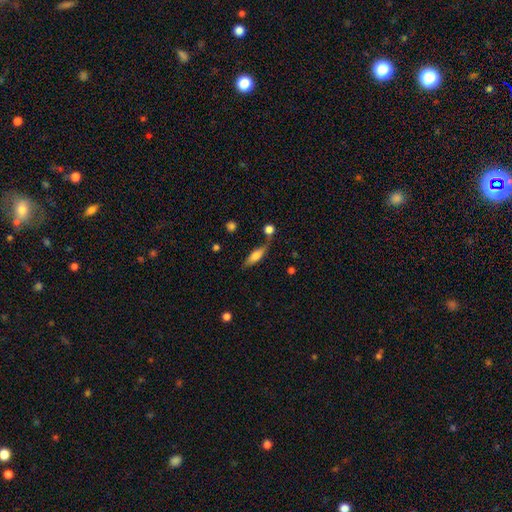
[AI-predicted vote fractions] Q: Smooth or featured?
A: smooth (66%); runner-up: featured or disk (27%)
Q: How rounded?
A: in between (50%); runner-up: cigar-shaped (47%)
Q: Merging?
A: none (60%); runner-up: minor disturbance (19%)